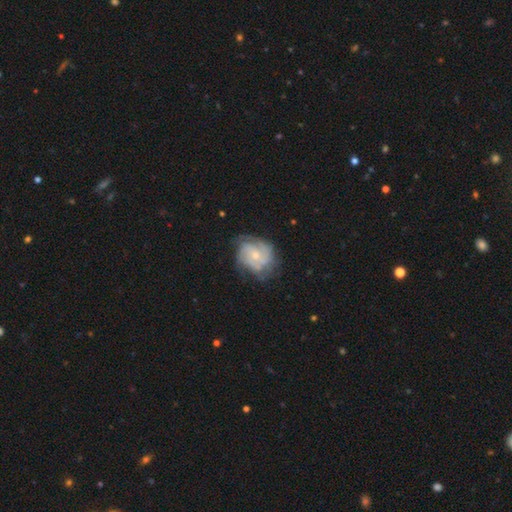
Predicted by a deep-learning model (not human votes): smooth-or-featured: featured or disk: 77% | smooth: 17% | star or artifact: 6%
  disk-edge-on: no: 98% | yes: 2%
    bar: no: 70% | weak: 26% | strong: 4%
    has-spiral-arms: yes: 92% | no: 8%
      spiral-winding: tight: 56% | medium: 34% | loose: 11%
      spiral-arm-count: can't tell: 33% | 3: 25% | 2: 20% | 4: 11% | 1: 5% | more than 4: 5%
    bulge-size: small: 60% | moderate: 35% | none: 3% | large: 2% | dominant: 1%
  merging: none: 64% | minor disturbance: 23% | major disturbance: 11% | merger: 2%